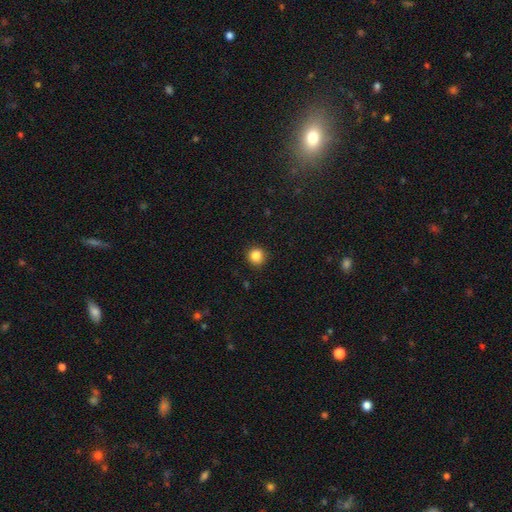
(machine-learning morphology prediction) A smooth galaxy with no disk features (86%) that is round (92%).

Vote fractions:
- Smooth or featured? smooth: 86% / star or artifact: 11% / featured or disk: 4%
- How rounded? round: 92% / in between: 7% / cigar-shaped: 1%
- Merging? none: 90% / minor disturbance: 7% / major disturbance: 2% / merger: 1%